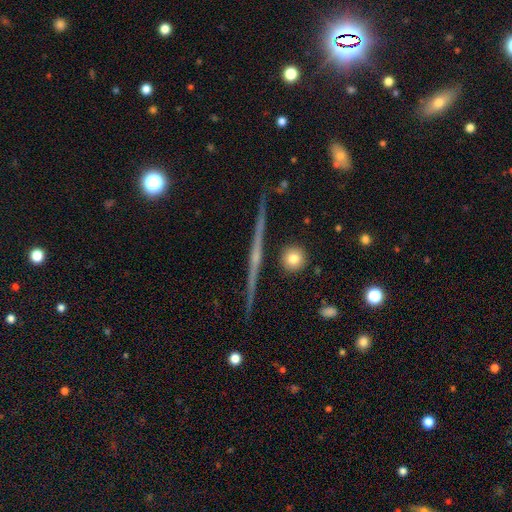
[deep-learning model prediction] Smooth or featured? featured or disk (78%)
Edge-on disk? yes (98%)
Edge-on bulge? rounded (45%, tied with none)
Merging? none (90%)